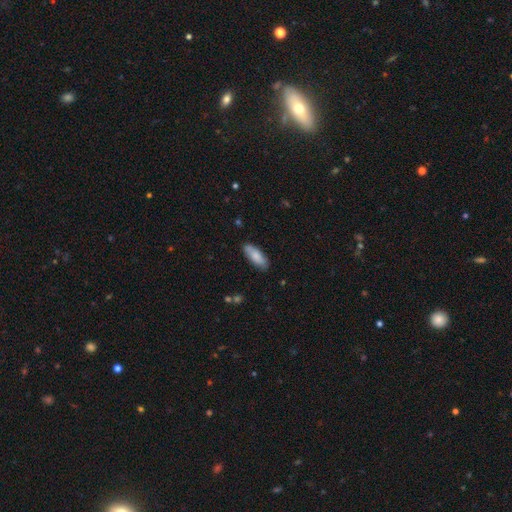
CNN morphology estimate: type=smooth (78%); roundness=in between (70%); merging=none (82%).